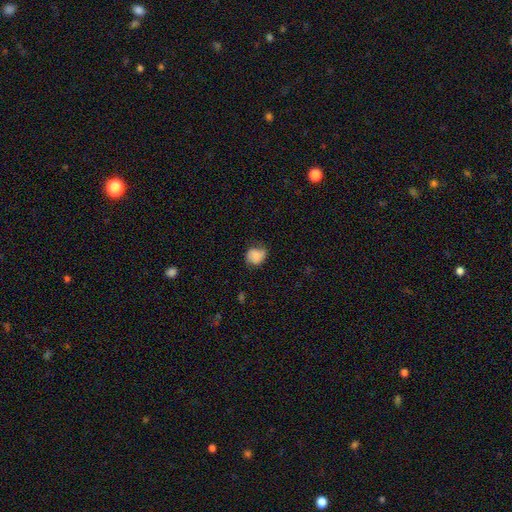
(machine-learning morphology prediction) Smooth or featured? Predicted: smooth (p=0.77). How rounded? Predicted: round (p=0.67). Merging? Predicted: none (p=0.56).